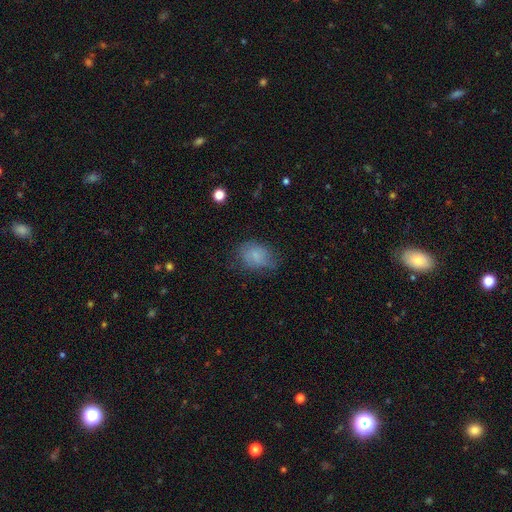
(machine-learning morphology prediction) A smooth galaxy with no disk features (71%) that is in between round and cigar-shaped (70%).

Vote fractions:
- Smooth or featured? smooth: 71% / featured or disk: 19% / star or artifact: 10%
- How rounded? in between: 70% / round: 29% / cigar-shaped: 1%
- Merging? none: 56% / minor disturbance: 30% / major disturbance: 13% / merger: 2%